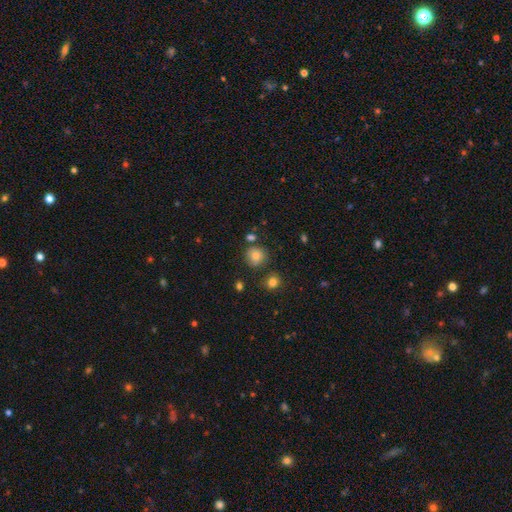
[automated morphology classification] smooth-or-featured: smooth: 79% | star or artifact: 13% | featured or disk: 9%
  how-rounded: round: 89% | in between: 10% | cigar-shaped: 1%
  merging: none: 78% | minor disturbance: 12% | merger: 6% | major disturbance: 3%